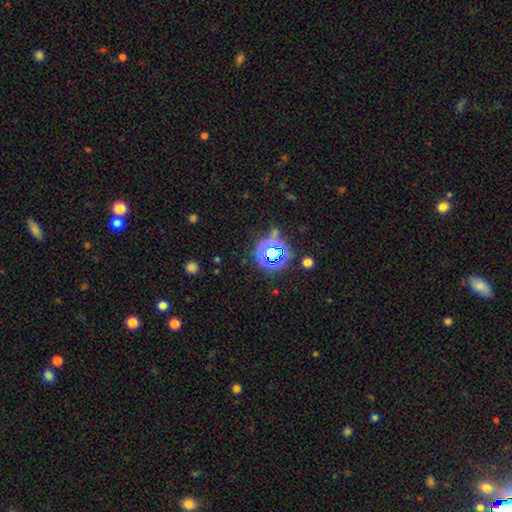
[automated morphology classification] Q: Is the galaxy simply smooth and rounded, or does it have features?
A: star or artifact — 70%.